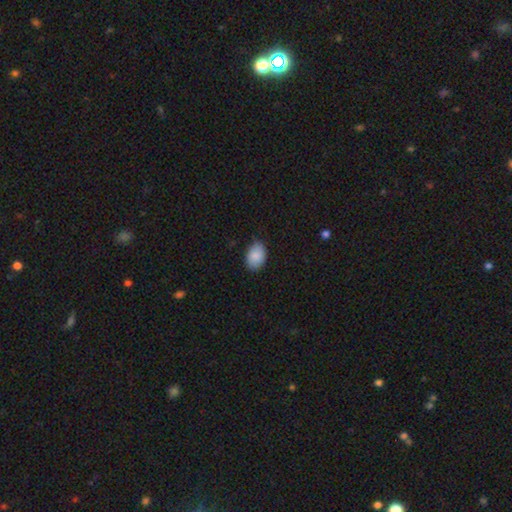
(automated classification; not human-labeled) Morphology: type=smooth (89%); roundness=in between (83%); merging=none (81%).